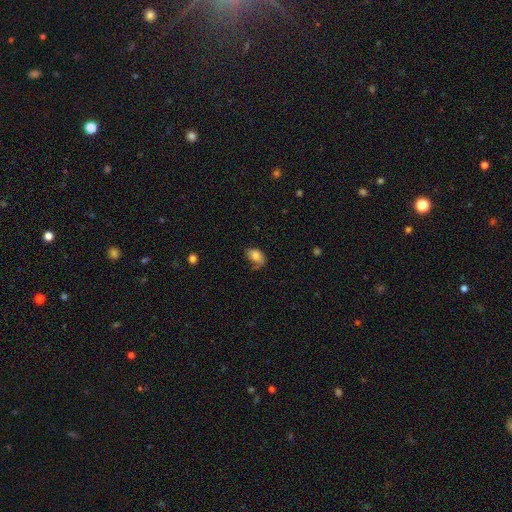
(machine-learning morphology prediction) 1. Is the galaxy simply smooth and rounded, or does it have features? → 76% smooth, 15% featured or disk, 8% star or artifact.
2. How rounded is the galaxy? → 89% in between, 10% round, 2% cigar-shaped.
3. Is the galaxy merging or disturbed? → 54% none, 30% minor disturbance, 12% major disturbance, 4% merger.